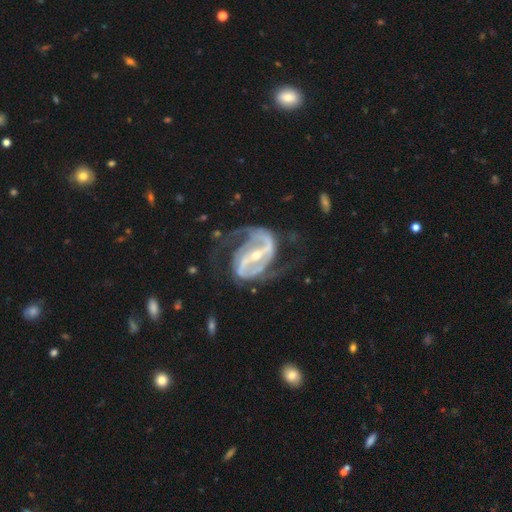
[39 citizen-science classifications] Smooth or featured? featured or disk (97%)
Edge-on disk? no (100%)
Bar? strong (68%)
Spiral arms? yes (100%)
Spiral winding? medium (53%)
Spiral arm count? 2 (84%)
Bulge size? small (66%)
Merging? none (55%)